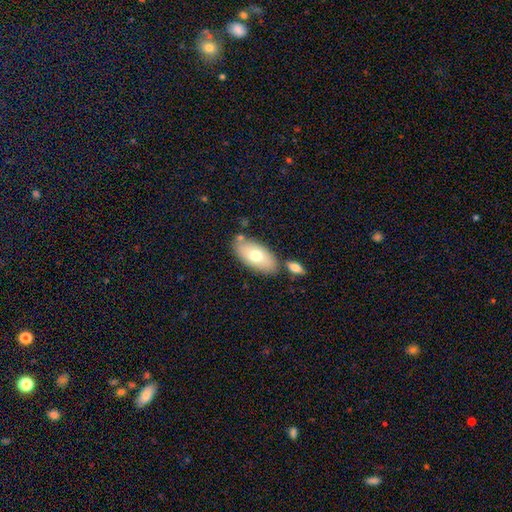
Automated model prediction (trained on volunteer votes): The model was most divided on "smooth or featured": smooth: 69%, featured or disk: 24%, star or artifact: 7%. More confident: how rounded — in between (92%); merging — none (72%).